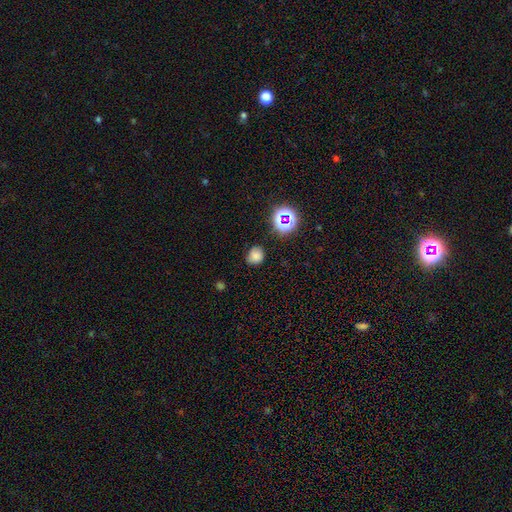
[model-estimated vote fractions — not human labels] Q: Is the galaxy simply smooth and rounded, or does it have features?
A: smooth — 74%.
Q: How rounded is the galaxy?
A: round — 71%.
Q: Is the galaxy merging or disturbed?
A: none — 76%.